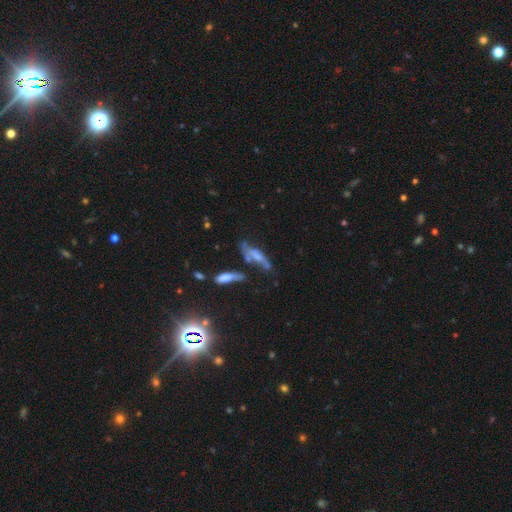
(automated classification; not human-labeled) Q: Smooth or featured?
A: featured or disk (55%); runner-up: smooth (34%)
Q: Edge-on disk?
A: no (61%); runner-up: yes (39%)
Q: Merging?
A: none (38%); runner-up: minor disturbance (23%)